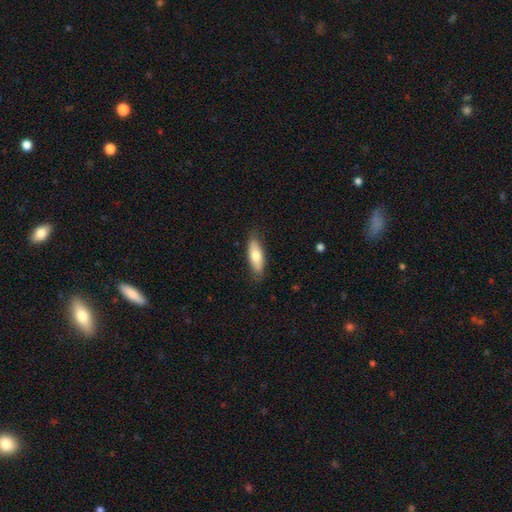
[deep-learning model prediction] A smooth galaxy with no disk features (74%) that is in between round and cigar-shaped (64%). Merging: none (82%).